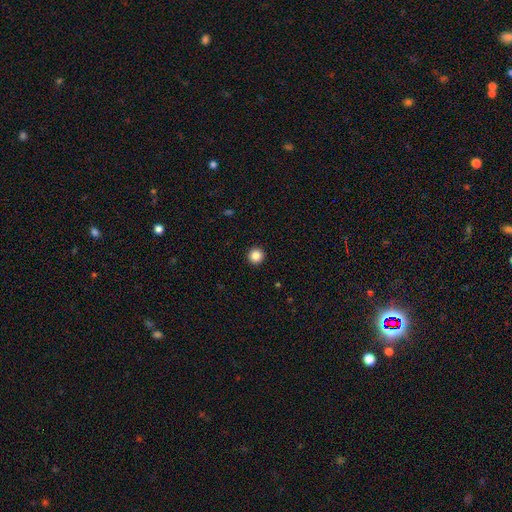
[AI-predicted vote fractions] Smooth or featured: smooth — 86% (star or artifact — 10%)
How rounded: round — 96% (in between — 3%)
Merging: none — 94% (minor disturbance — 4%)